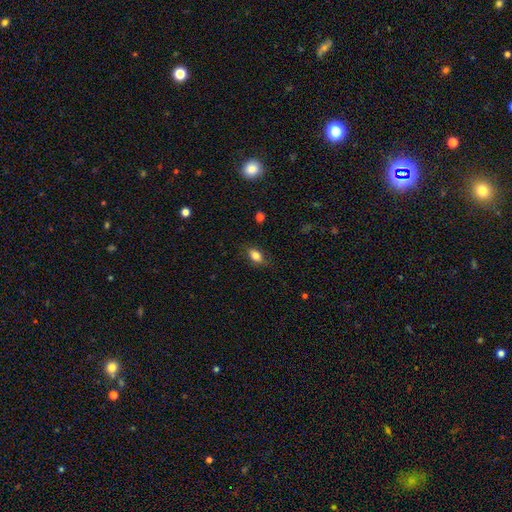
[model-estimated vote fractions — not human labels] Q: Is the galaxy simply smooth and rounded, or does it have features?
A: smooth — 80%.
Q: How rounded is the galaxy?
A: in between — 86%.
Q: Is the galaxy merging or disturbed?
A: none — 78%.